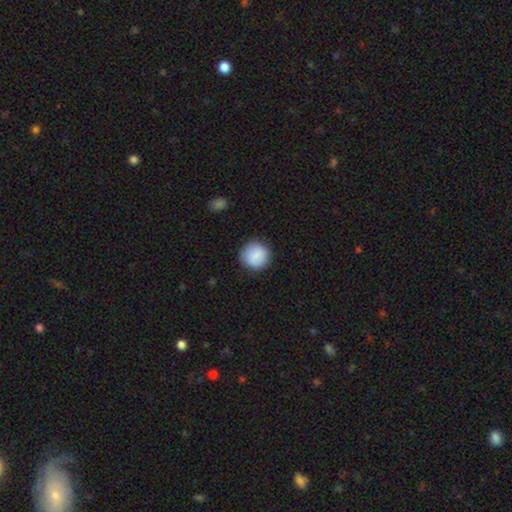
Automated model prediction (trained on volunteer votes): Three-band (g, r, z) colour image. It shows a smooth galaxy with no disk features (84%) that is round (94%). Merging: none (87%).